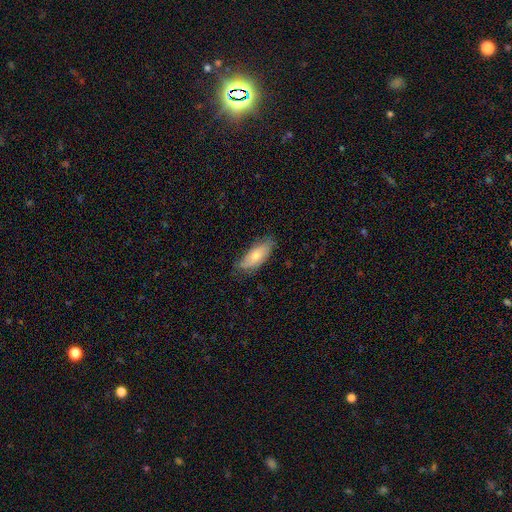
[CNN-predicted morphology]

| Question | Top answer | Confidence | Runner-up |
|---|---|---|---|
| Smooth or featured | smooth | 65% | featured or disk (29%) |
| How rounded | in between | 80% | cigar-shaped (18%) |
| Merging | none | 70% | minor disturbance (24%) |